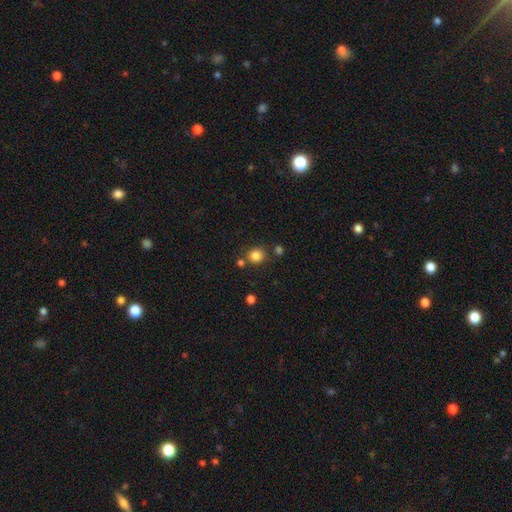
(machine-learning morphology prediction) type=smooth (83%); roundness=round (84%); merging=none (77%).